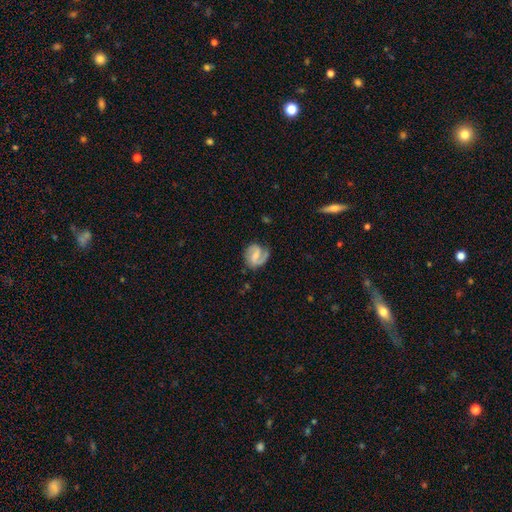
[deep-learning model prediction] Smooth or featured? featured or disk (77%)
Edge-on disk? no (98%)
Bar? weak (51%)
Spiral arms? yes (95%)
Spiral winding? medium (47%)
Spiral arm count? 2 (75%)
Bulge size? small (46%)
Merging? none (69%)